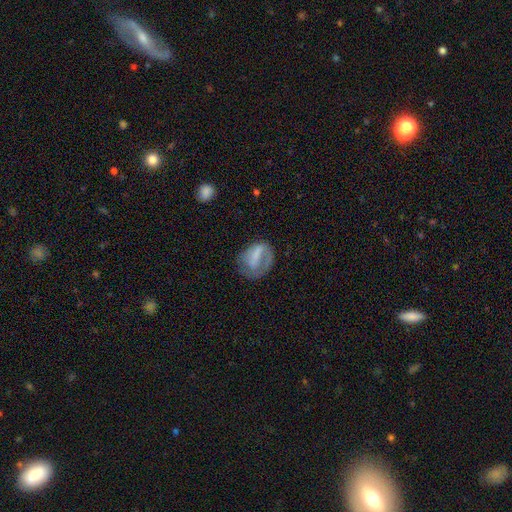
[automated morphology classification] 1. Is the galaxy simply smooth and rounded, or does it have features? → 50% smooth, 41% featured or disk, 9% star or artifact.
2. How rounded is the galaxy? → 56% in between, 41% round, 3% cigar-shaped.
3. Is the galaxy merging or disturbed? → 42% none, 31% major disturbance, 25% minor disturbance, 2% merger.